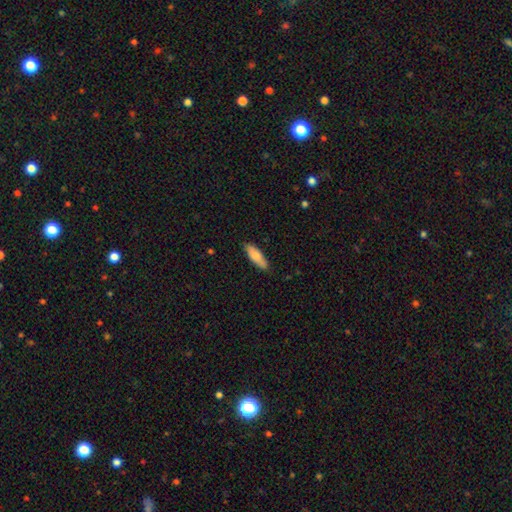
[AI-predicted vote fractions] This appears to be a smooth galaxy with no disk features (76%) that is in between round and cigar-shaped (53%). Merging: none (84%).